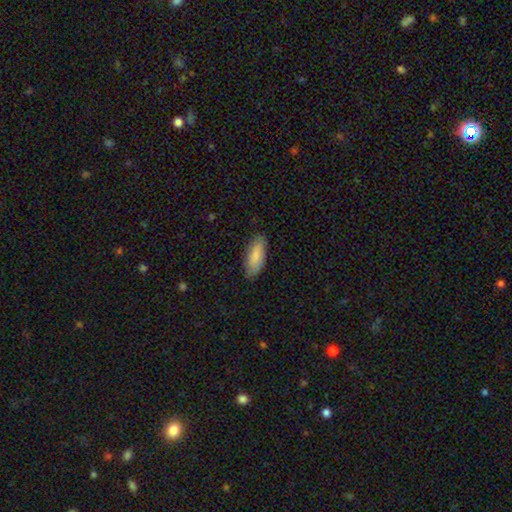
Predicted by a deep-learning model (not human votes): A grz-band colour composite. It shows a smooth galaxy with no disk features (85%) that is in between round and cigar-shaped (75%). Merging: none (82%).